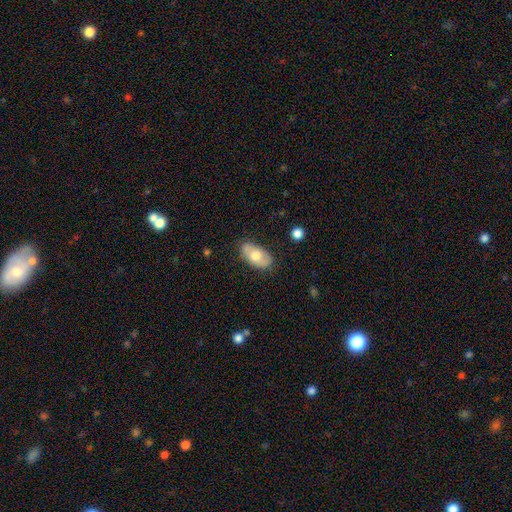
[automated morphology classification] The model was most divided on "smooth or featured": smooth: 66%, featured or disk: 28%, star or artifact: 6%. More confident: how rounded — in between (93%); merging — none (75%).